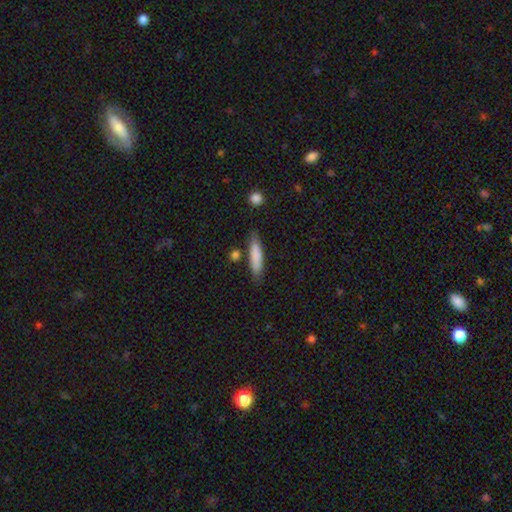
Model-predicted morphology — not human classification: A smooth galaxy with no disk features (81%) that is cigar-shaped (77%). Merging: none (77%).